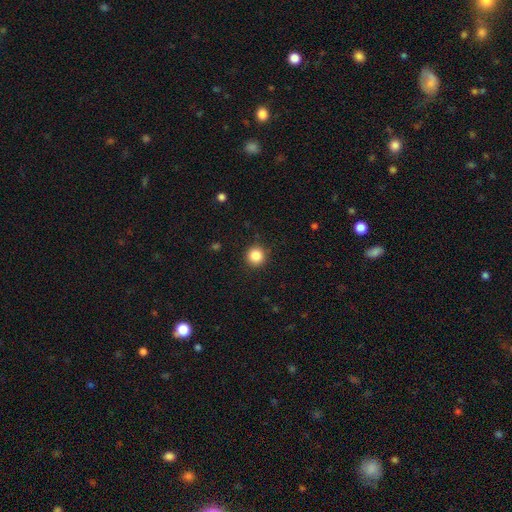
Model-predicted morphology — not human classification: Smooth or featured? smooth (86%)
How rounded? round (94%)
Merging? none (90%)